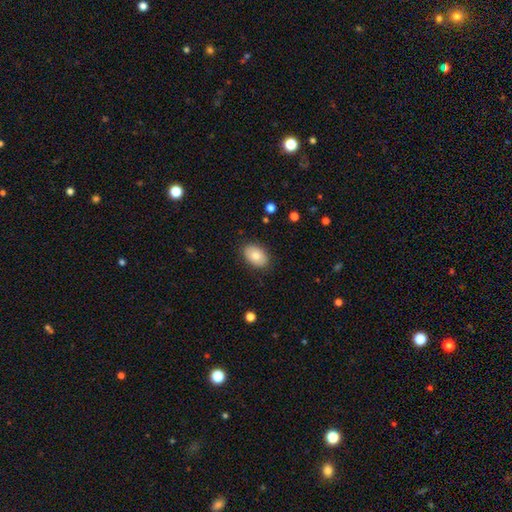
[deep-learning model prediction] Smooth or featured? smooth (81%)
How rounded? in between (86%)
Merging? none (86%)